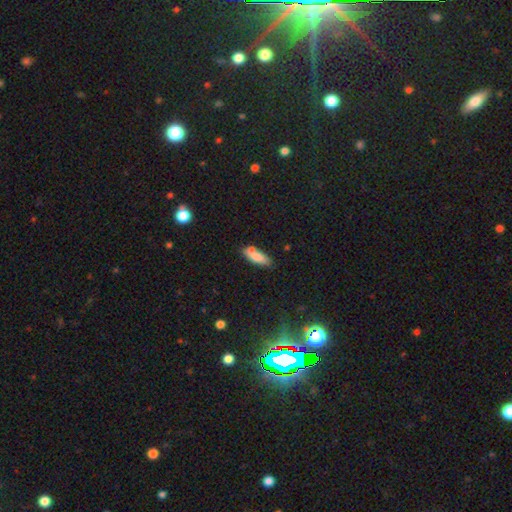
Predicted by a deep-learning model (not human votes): smooth-or-featured: smooth: 80% | featured or disk: 13% | star or artifact: 7%
  how-rounded: in between: 60% | cigar-shaped: 37% | round: 2%
  merging: none: 62% | minor disturbance: 18% | merger: 16% | major disturbance: 4%